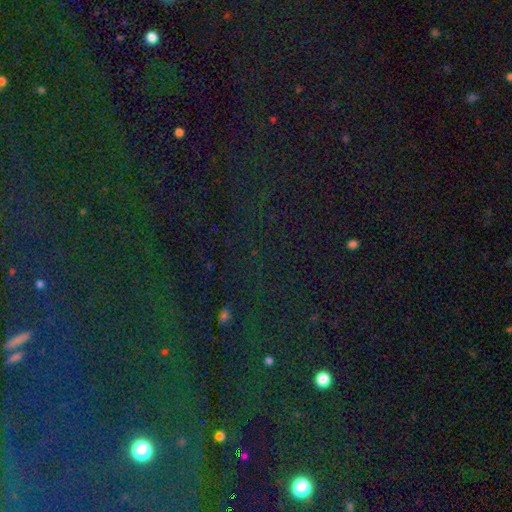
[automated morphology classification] The model was most divided on "smooth or featured": star or artifact: 82%, smooth: 10%, featured or disk: 8%.